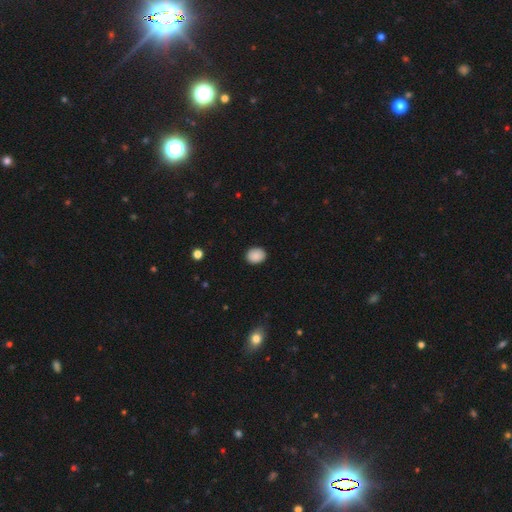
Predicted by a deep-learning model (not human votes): smooth 89%, star or artifact 8%, featured or disk 3%. Down the decision tree: how rounded — round (55%); merging — none (89%).